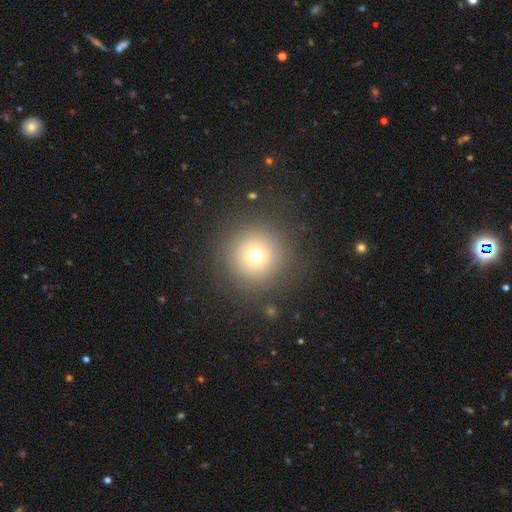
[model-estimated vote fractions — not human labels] Smooth or featured? smooth (68%)
How rounded? round (96%)
Merging? none (85%)